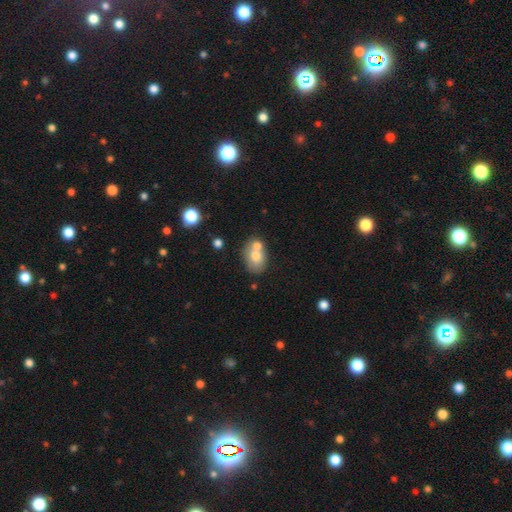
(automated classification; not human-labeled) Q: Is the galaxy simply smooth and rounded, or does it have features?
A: smooth — 70%.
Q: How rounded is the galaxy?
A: in between — 72%.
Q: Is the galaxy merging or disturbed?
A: none — 46%.